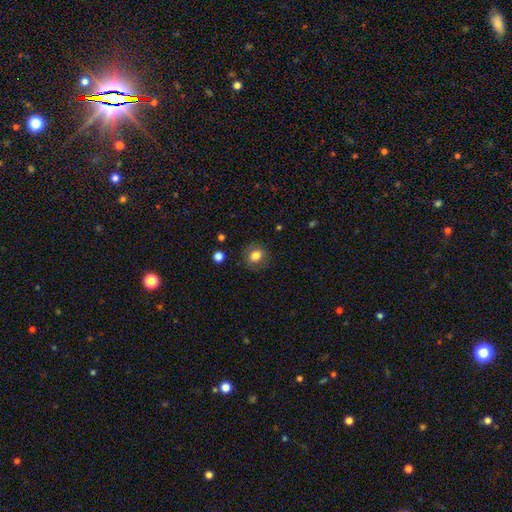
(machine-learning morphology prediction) Overall: smooth (81%). How rounded: round (70%). Merging: none (85%).